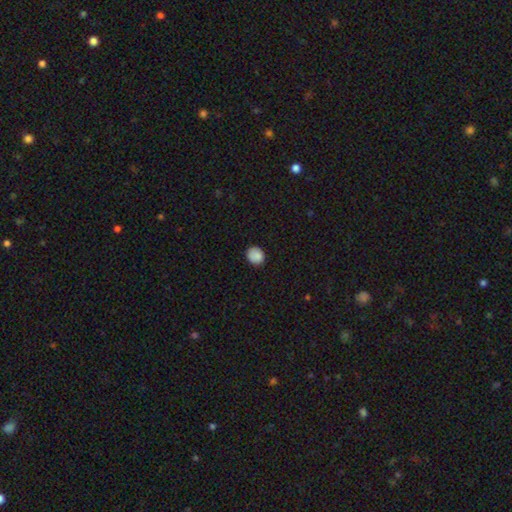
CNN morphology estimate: Smooth or featured? smooth (87%)
How rounded? round (81%)
Merging? none (84%)